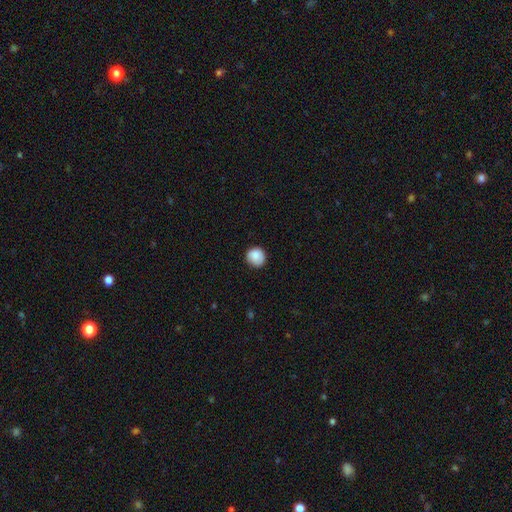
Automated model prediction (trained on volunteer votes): Smooth or featured?
  - smooth: 85% *
  - star or artifact: 8%
  - featured or disk: 7%
How rounded?
  - round: 90% *
  - in between: 9%
  - cigar-shaped: 1%
Merging?
  - none: 82% *
  - minor disturbance: 14%
  - major disturbance: 3%
  - merger: 1%